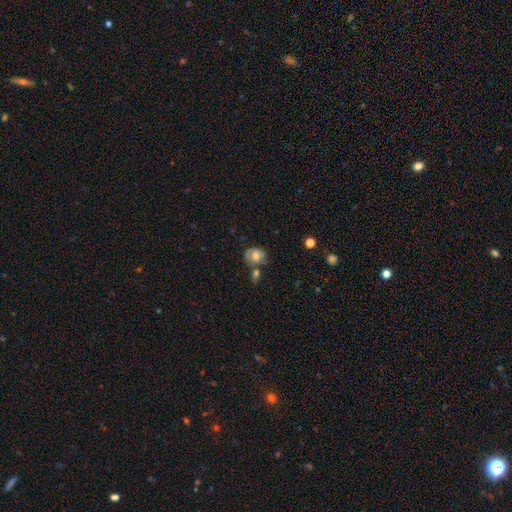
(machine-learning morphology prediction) A smooth galaxy with no disk features (62%) that is round (63%). Merging: none (50%).